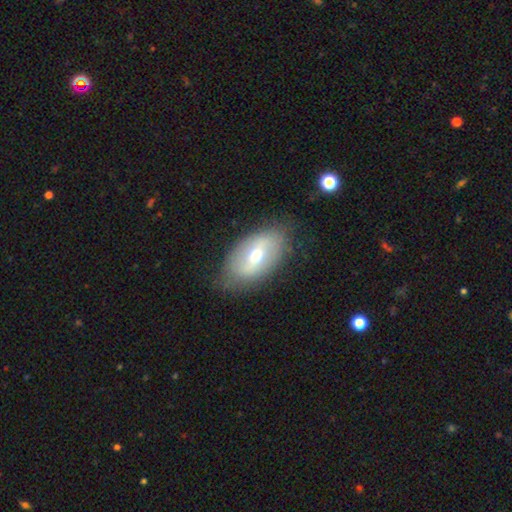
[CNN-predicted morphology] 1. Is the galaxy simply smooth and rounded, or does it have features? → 54% featured or disk, 39% smooth, 7% star or artifact.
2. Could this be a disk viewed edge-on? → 87% no, 13% yes.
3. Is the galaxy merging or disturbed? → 79% none, 15% minor disturbance, 5% major disturbance, 1% merger.